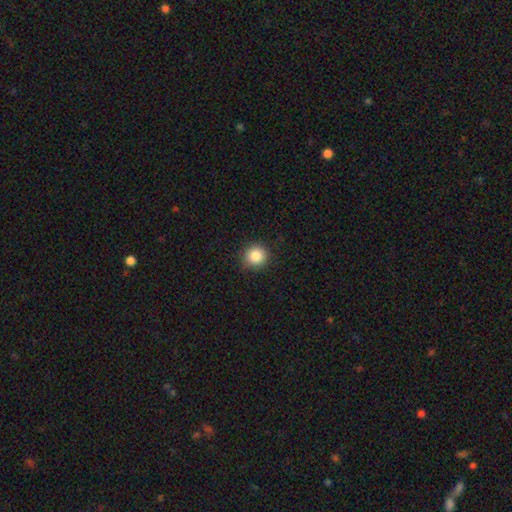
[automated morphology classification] Smooth or featured? Predicted: smooth (p=0.85). How rounded? Predicted: round (p=0.92). Merging? Predicted: none (p=0.89).